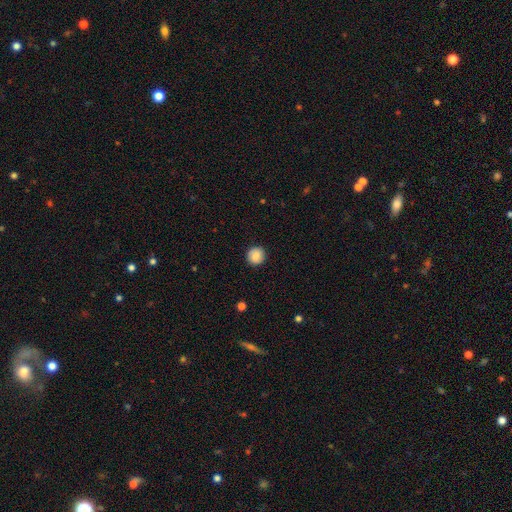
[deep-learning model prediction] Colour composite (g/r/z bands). It shows a smooth galaxy with no disk features (81%) that is round (92%). Merging: none (90%).